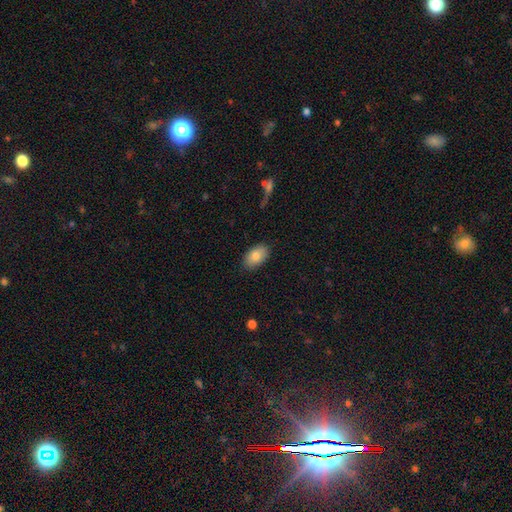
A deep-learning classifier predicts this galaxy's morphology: smooth-or-featured: smooth: 82% | featured or disk: 11% | star or artifact: 7%
  how-rounded: in between: 93% | round: 5% | cigar-shaped: 2%
  merging: none: 87% | minor disturbance: 10% | major disturbance: 2% | merger: 1%